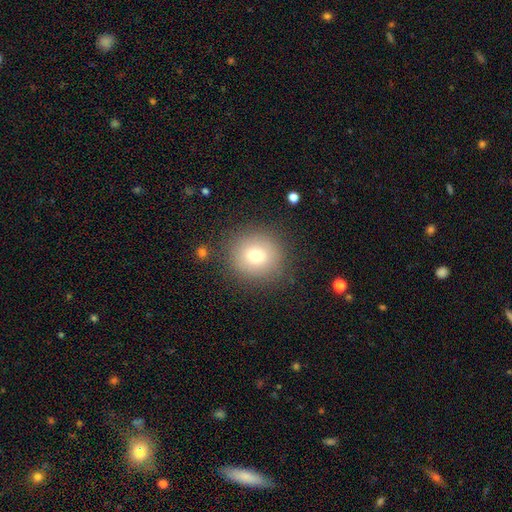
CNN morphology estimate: A smooth galaxy with no disk features (72%) that is round (92%). Merging: none (86%).